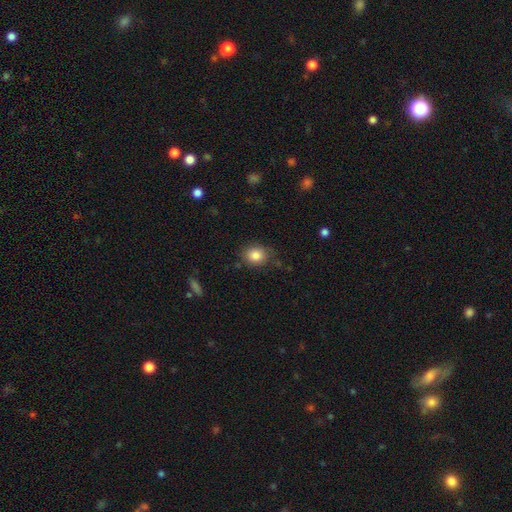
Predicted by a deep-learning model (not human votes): smooth_or_featured: smooth (p=0.84) [alt: star or artifact p=0.10]
how_rounded: round (p=0.69) [alt: in between p=0.30]
merging: none (p=0.79) [alt: minor disturbance p=0.15]